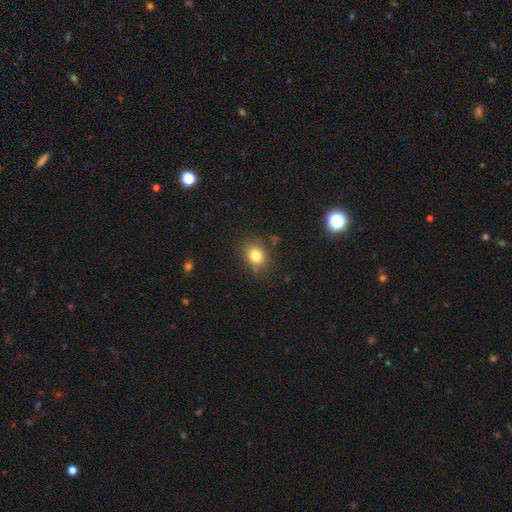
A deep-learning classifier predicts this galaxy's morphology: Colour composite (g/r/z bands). It shows a smooth galaxy with no disk features (81%) that is round (53%). Merging: none (81%).